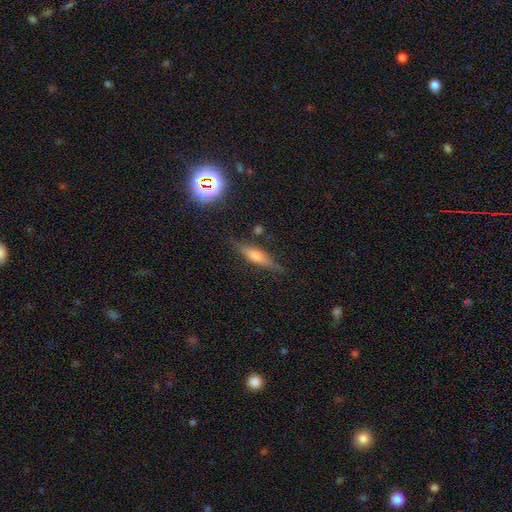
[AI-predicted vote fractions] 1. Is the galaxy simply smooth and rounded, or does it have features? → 56% featured or disk, 32% smooth, 12% star or artifact.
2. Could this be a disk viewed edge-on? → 94% yes, 6% no.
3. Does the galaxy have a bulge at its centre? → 65% rounded, 24% boxy, 11% none.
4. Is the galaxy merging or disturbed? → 82% none, 13% minor disturbance, 3% major disturbance, 2% merger.